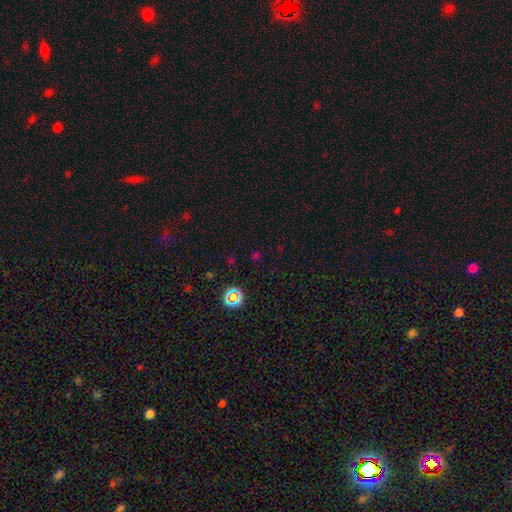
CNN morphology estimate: Q: Smooth or featured?
A: star or artifact (61%); runner-up: smooth (32%)